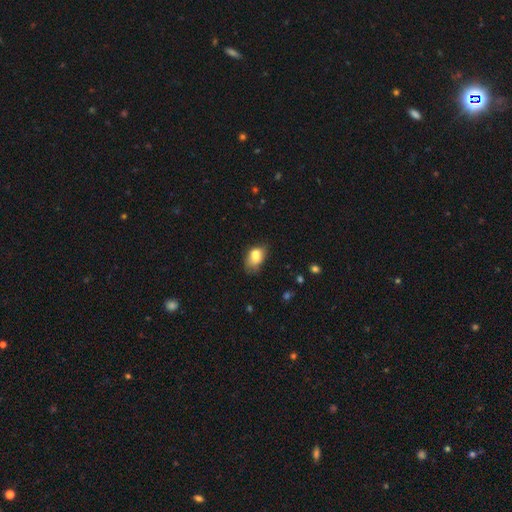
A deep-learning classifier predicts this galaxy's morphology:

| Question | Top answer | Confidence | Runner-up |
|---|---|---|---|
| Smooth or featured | smooth | 75% | featured or disk (15%) |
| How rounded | in between | 85% | round (13%) |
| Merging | none | 40% | minor disturbance (28%) |